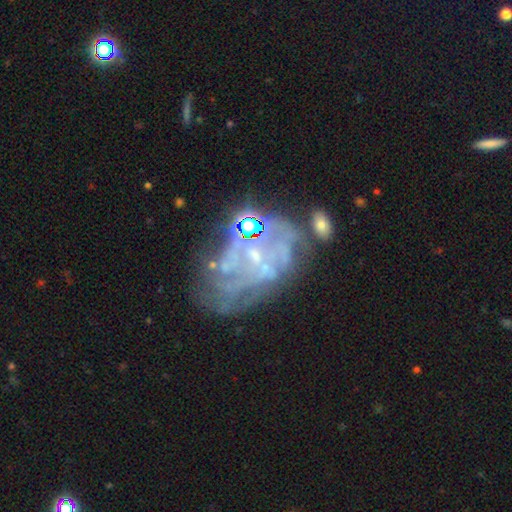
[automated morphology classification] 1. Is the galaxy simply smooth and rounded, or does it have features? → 72% featured or disk, 16% star or artifact, 12% smooth.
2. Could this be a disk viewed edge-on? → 97% no, 3% yes.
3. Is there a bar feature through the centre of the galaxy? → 72% no, 22% weak, 6% strong.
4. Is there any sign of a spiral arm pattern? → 52% yes, 48% no.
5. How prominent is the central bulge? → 61% small, 26% none, 11% moderate, 1% large, 1% dominant.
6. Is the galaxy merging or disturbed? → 38% none, 28% major disturbance, 20% minor disturbance, 14% merger.